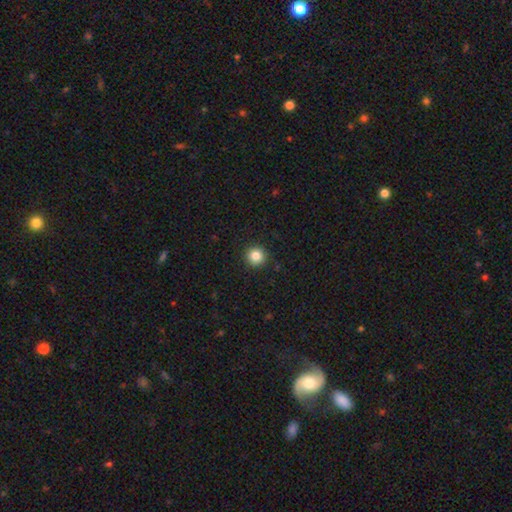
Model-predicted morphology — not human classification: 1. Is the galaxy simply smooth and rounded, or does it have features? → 84% smooth, 11% star or artifact, 5% featured or disk.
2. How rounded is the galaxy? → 95% round, 4% in between, 1% cigar-shaped.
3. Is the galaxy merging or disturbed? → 92% none, 5% minor disturbance, 2% major disturbance, 1% merger.